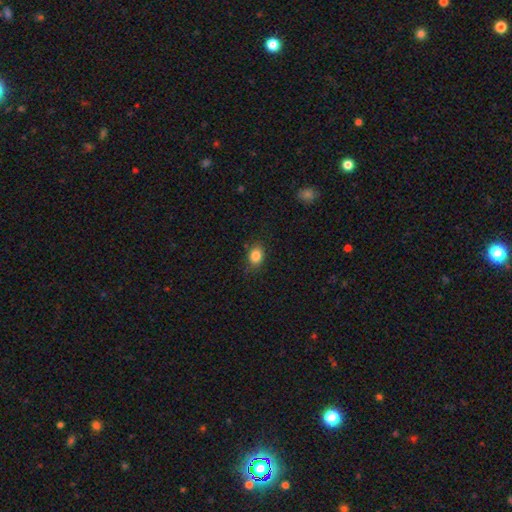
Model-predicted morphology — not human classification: The model was most divided on "how rounded": in between: 64%, round: 35%, cigar-shaped: 1%. More confident: smooth or featured — smooth (85%); merging — none (80%).